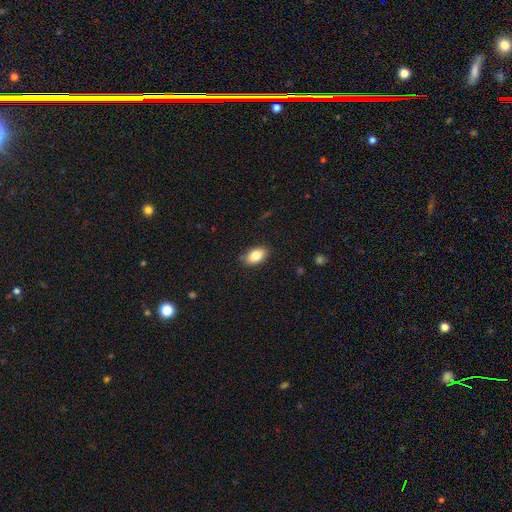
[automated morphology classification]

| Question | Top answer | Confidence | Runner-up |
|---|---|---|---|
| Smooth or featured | smooth | 84% | featured or disk (9%) |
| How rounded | in between | 91% | round (8%) |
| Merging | none | 86% | minor disturbance (10%) |